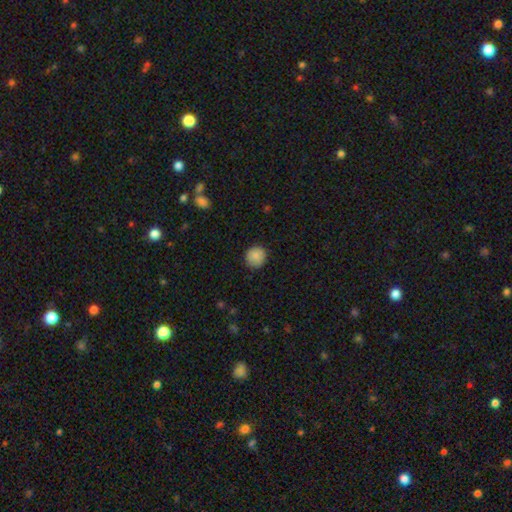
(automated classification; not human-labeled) A smooth galaxy with no disk features (86%) that is round (89%).

Vote fractions:
- Smooth or featured? smooth: 86% / star or artifact: 8% / featured or disk: 6%
- How rounded? round: 89% / in between: 10% / cigar-shaped: 1%
- Merging? none: 85% / minor disturbance: 12% / major disturbance: 2% / merger: 1%